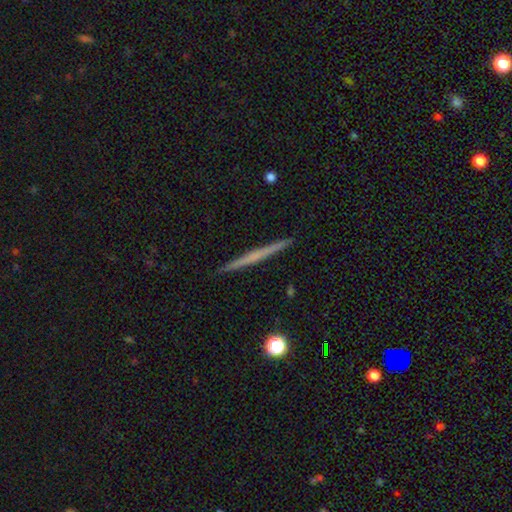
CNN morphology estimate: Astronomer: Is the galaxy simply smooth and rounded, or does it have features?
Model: featured or disk — 53% (runner-up: smooth, 40%).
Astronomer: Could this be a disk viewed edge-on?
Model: yes — 98%.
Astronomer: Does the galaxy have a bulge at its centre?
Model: none — 87%.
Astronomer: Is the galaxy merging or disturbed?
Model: none — 93%.